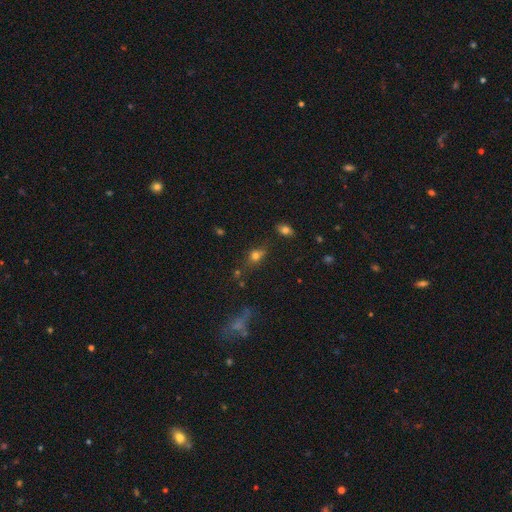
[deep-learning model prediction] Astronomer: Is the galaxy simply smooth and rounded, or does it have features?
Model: smooth — 69%.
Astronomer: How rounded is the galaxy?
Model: round — 53% (runner-up: in between, 43%).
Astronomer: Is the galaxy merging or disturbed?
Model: none — 61%.